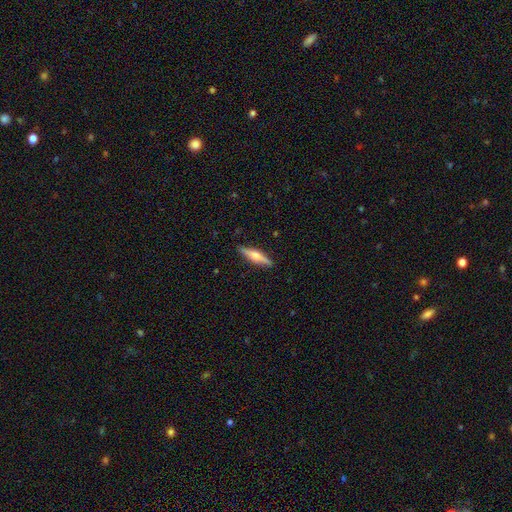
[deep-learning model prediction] This is possibly a featured or disk galaxy (54%). It is clearly viewed edge-on (96%). Edge-on bulge: clearly rounded (84%). Merging: clearly none (89%).